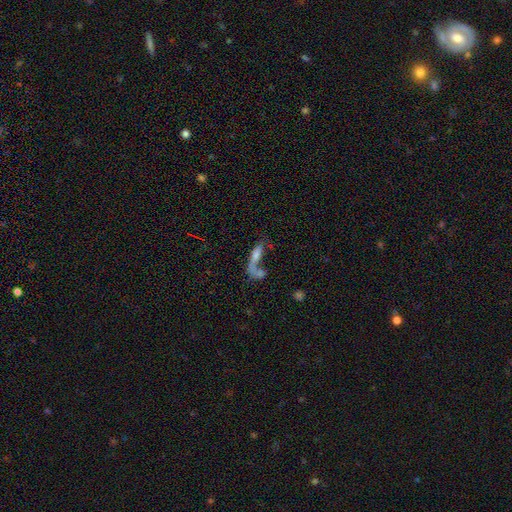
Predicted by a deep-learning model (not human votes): The model was most divided on "smooth or featured": smooth: 44%, featured or disk: 39%, star or artifact: 17%. Remaining: merging — merger (49%).